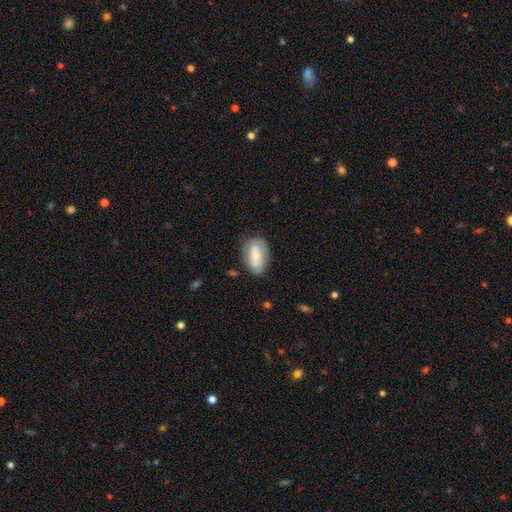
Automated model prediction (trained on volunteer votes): Morphology: type=smooth (54%); roundness=in between (88%); merging=none (65%).